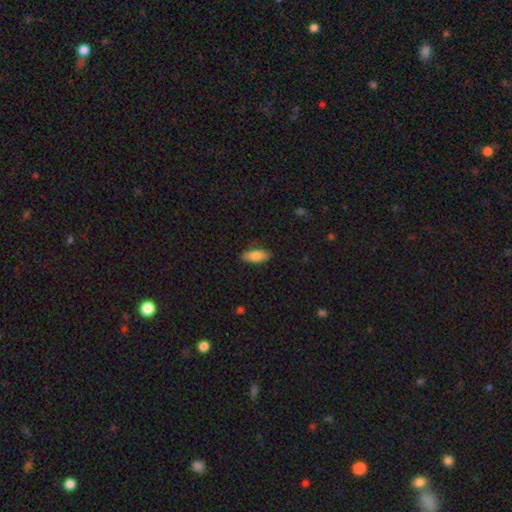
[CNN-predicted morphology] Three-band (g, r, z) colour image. It shows a smooth galaxy with no disk features (83%) that is in between round and cigar-shaped (84%). Merging: none (85%).